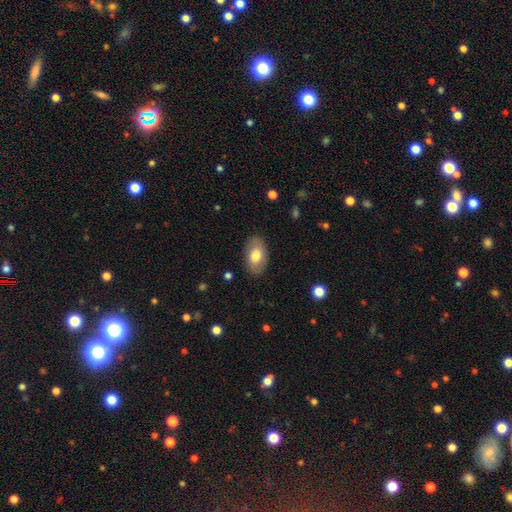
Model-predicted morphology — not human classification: Smooth or featured? Predicted: smooth (p=0.69). How rounded? Predicted: in between (p=0.92). Merging? Predicted: none (p=0.84).